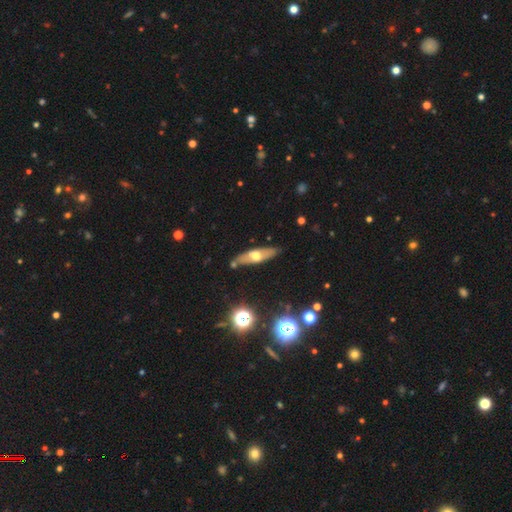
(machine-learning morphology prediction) Overall: featured or disk (50%; smooth 42%). Edge-on disk: yes (64%; no 36%). Merging: none (81%).